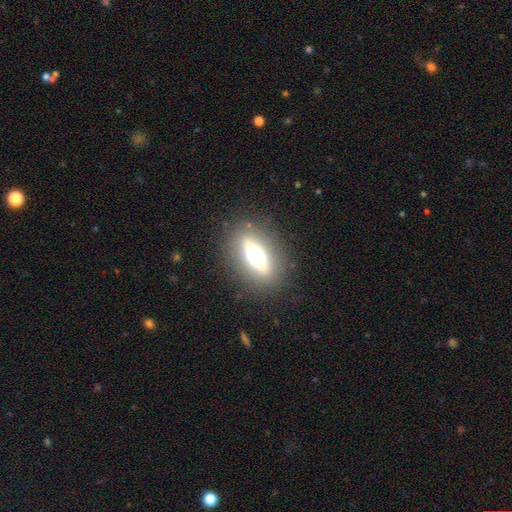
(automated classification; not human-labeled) smooth-or-featured: featured or disk: 51% | smooth: 37% | star or artifact: 12%
  disk-edge-on: yes: 75% | no: 25%
  merging: none: 85% | minor disturbance: 9% | major disturbance: 5% | merger: 1%